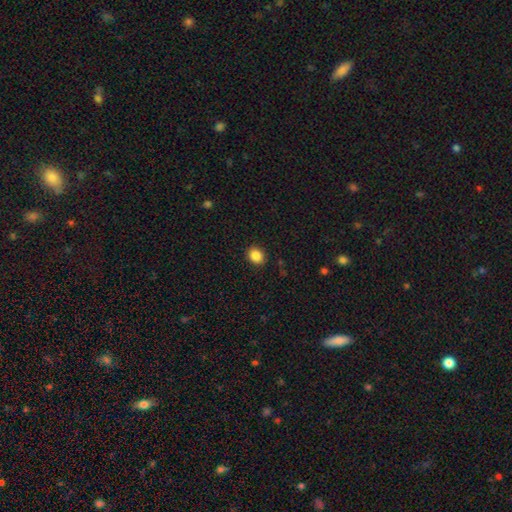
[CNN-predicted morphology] Overall: smooth (87%). How rounded: round (61%; in between 38%). Merging: none (90%).